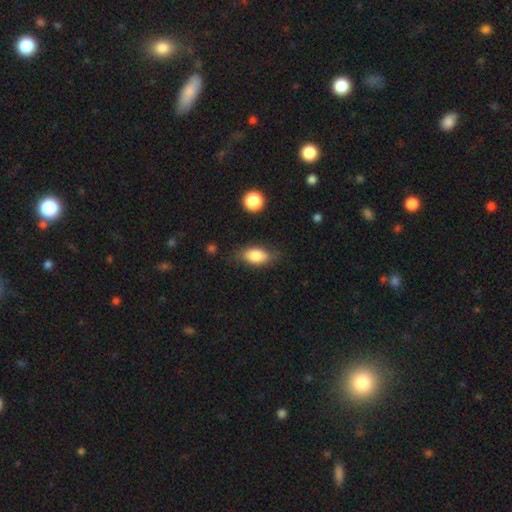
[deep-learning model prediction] smooth-or-featured: smooth: 80% | featured or disk: 12% | star or artifact: 7%
  how-rounded: in between: 88% | round: 7% | cigar-shaped: 5%
  merging: none: 74% | minor disturbance: 19% | major disturbance: 5% | merger: 2%